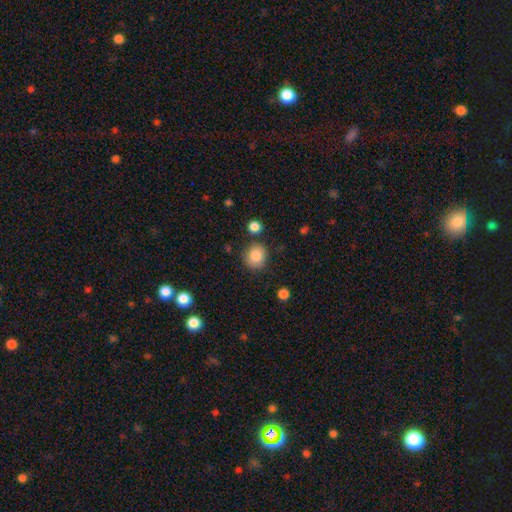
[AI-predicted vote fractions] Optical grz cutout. It shows a smooth galaxy with no disk features (85%) that is round (86%). Merging: none (80%).